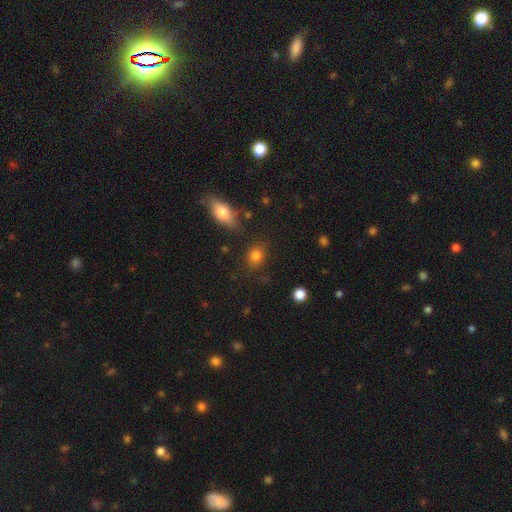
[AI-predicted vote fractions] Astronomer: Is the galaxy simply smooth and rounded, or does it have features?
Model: smooth — 82%.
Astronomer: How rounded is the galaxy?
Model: in between — 50% (runner-up: round, 48%).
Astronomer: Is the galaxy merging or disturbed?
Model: none — 80%.